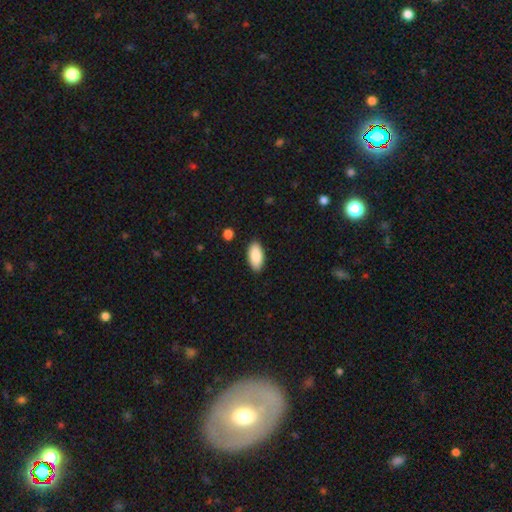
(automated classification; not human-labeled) This is clearly a smooth galaxy (89%). How rounded: clearly in between (92%). Merging: clearly none (88%).